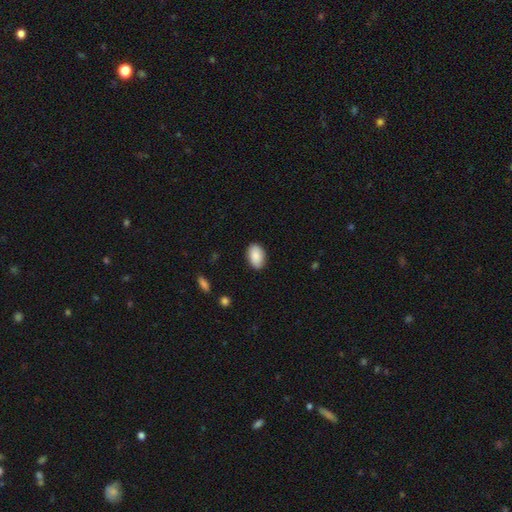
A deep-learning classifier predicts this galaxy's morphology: A smooth galaxy with no disk features (89%) that is in between round and cigar-shaped (92%).

Vote fractions:
- Smooth or featured? smooth: 89% / star or artifact: 6% / featured or disk: 5%
- How rounded? in between: 92% / round: 7% / cigar-shaped: 1%
- Merging? none: 87% / minor disturbance: 10% / major disturbance: 2% / merger: 1%